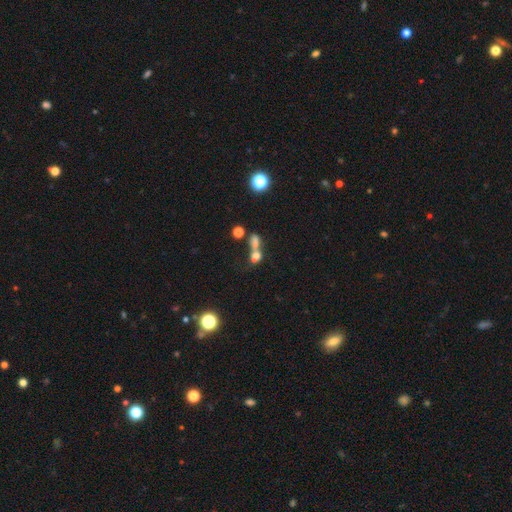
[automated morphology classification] smooth_or_featured: smooth (p=0.66) [alt: featured or disk p=0.17]
how_rounded: in between (p=0.53) [alt: round p=0.41]
merging: merger (p=0.67) [alt: none p=0.19]